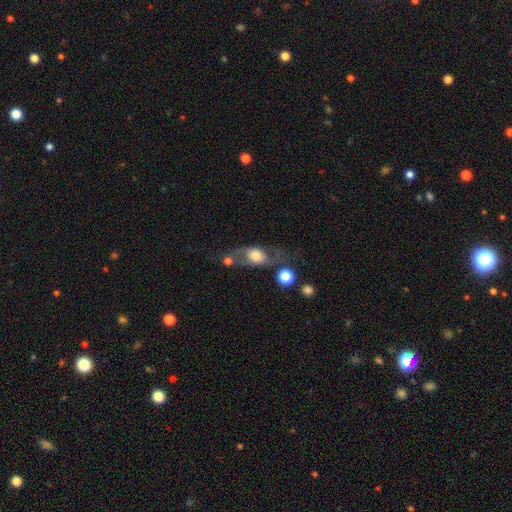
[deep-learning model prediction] This appears to be a featured or disk galaxy (52%). Merging: none (46%).